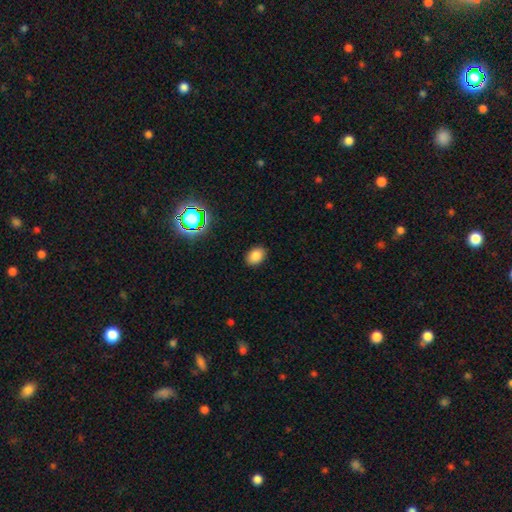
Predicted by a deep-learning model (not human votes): smooth-or-featured: smooth: 83% | star or artifact: 12% | featured or disk: 5%
  how-rounded: in between: 76% | round: 23% | cigar-shaped: 1%
  merging: none: 88% | minor disturbance: 8% | major disturbance: 2% | merger: 1%